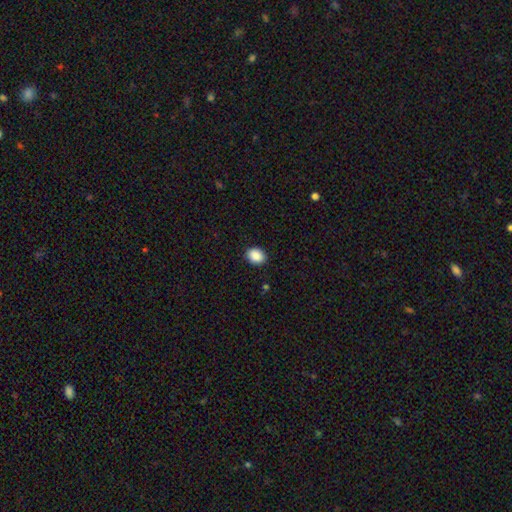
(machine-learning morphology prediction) smooth-or-featured: smooth: 89% | star or artifact: 8% | featured or disk: 3%
  how-rounded: in between: 53% | round: 46% | cigar-shaped: 1%
  merging: none: 90% | minor disturbance: 7% | major disturbance: 2% | merger: 1%